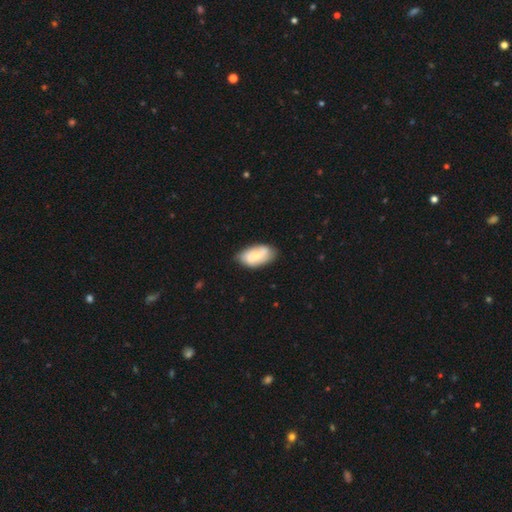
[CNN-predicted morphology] type=smooth (62%); roundness=in between (93%); merging=none (71%).